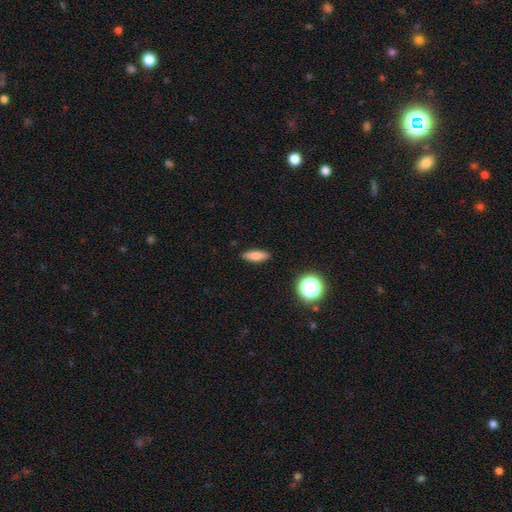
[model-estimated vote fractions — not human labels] A smooth galaxy with no disk features (79%) that is in between round and cigar-shaped (49%). Merging: none (89%).